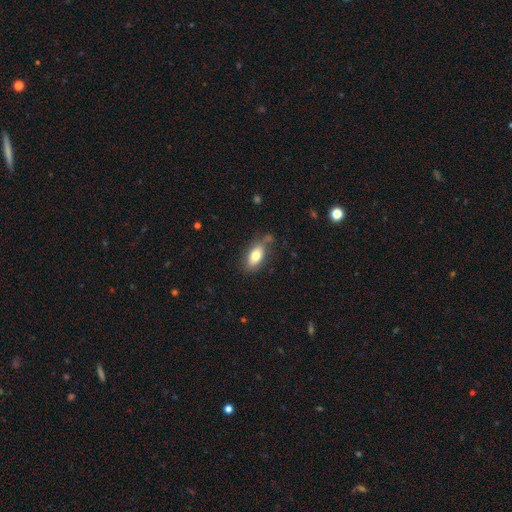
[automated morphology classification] Smooth or featured?
  - smooth: 75% *
  - featured or disk: 17%
  - star or artifact: 7%
How rounded?
  - in between: 88% *
  - cigar-shaped: 7%
  - round: 5%
Merging?
  - none: 70% *
  - minor disturbance: 20%
  - merger: 6%
  - major disturbance: 5%